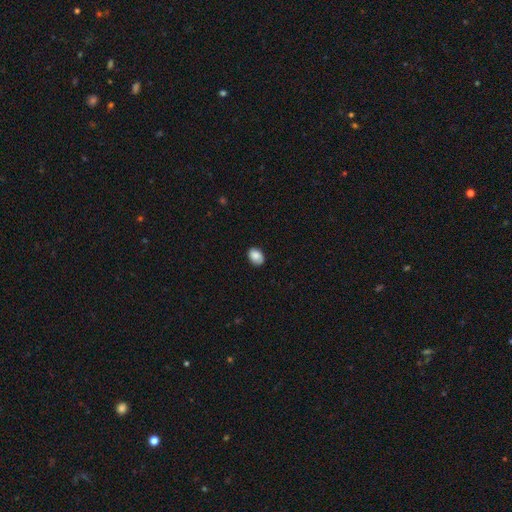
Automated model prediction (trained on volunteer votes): This appears to be a smooth galaxy with no disk features (85%) that is in between round and cigar-shaped (74%). Merging: none (81%).